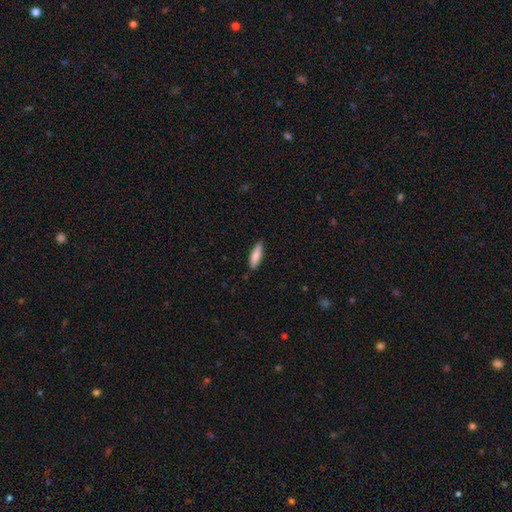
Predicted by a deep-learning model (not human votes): Smooth or featured? smooth (83%)
How rounded? cigar-shaped (61%)
Merging? none (87%)